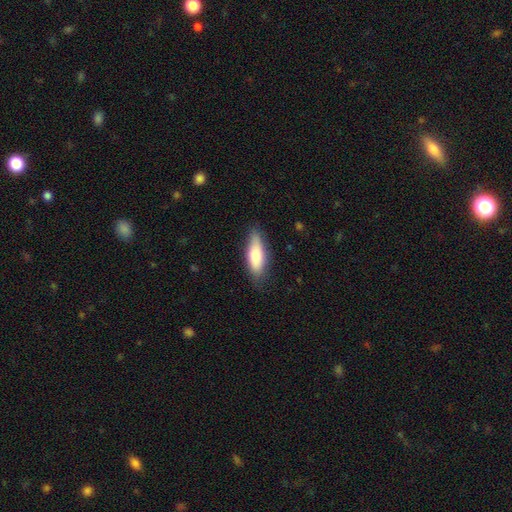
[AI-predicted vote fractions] This appears to be a smooth galaxy with no disk features (78%) that is in between round and cigar-shaped (57%). Merging: none (79%).